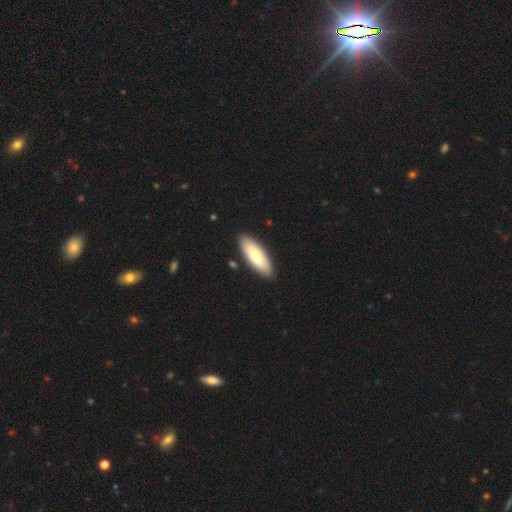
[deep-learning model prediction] Smooth or featured? smooth (69%)
How rounded? in between (70%)
Merging? none (88%)